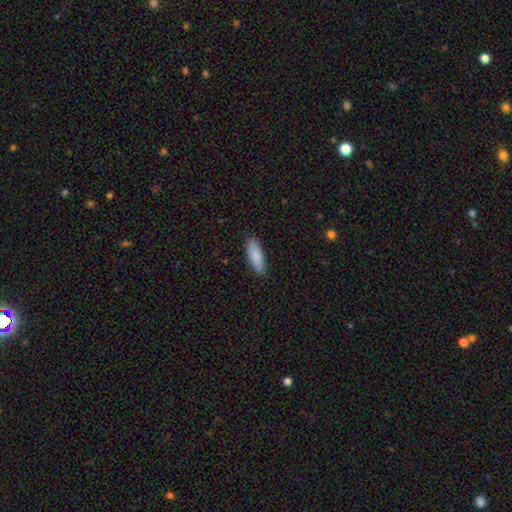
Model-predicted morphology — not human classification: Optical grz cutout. It shows a smooth galaxy with no disk features (88%) that is in between round and cigar-shaped (63%). Merging: none (88%).